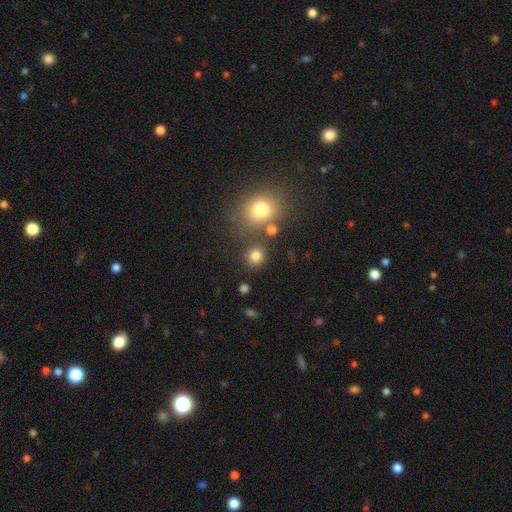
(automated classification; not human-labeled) Q: Smooth or featured?
A: smooth (80%); runner-up: star or artifact (14%)
Q: How rounded?
A: round (84%); runner-up: in between (15%)
Q: Merging?
A: none (77%); runner-up: merger (10%)